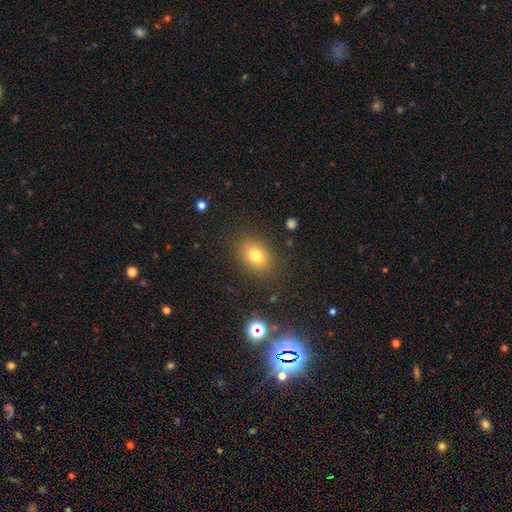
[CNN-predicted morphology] Q: Smooth or featured?
A: smooth (76%); runner-up: star or artifact (14%)
Q: How rounded?
A: in between (65%); runner-up: round (33%)
Q: Merging?
A: none (85%); runner-up: minor disturbance (10%)